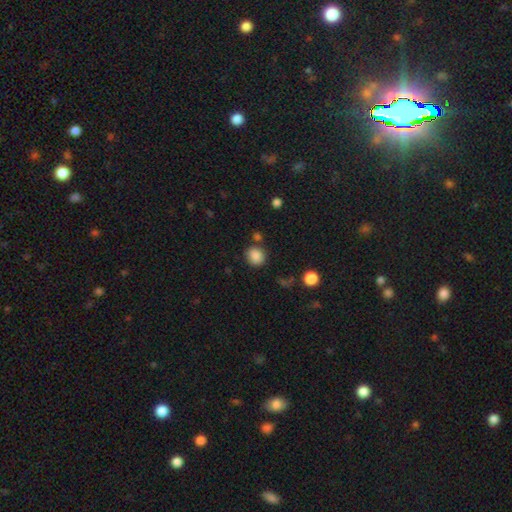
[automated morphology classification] A smooth galaxy with no disk features (85%) that is round (79%).

Vote fractions:
- Smooth or featured? smooth: 85% / star or artifact: 10% / featured or disk: 4%
- How rounded? round: 79% / in between: 20% / cigar-shaped: 1%
- Merging? none: 80% / minor disturbance: 11% / merger: 6% / major disturbance: 3%